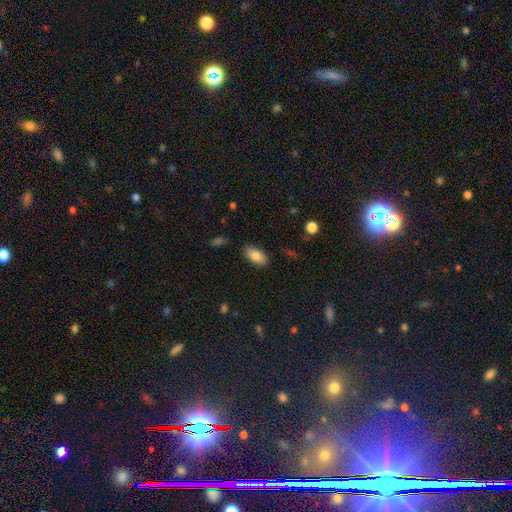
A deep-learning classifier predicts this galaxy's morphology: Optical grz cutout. It shows a smooth galaxy with no disk features (82%) that is in between round and cigar-shaped (92%). Merging: none (85%).